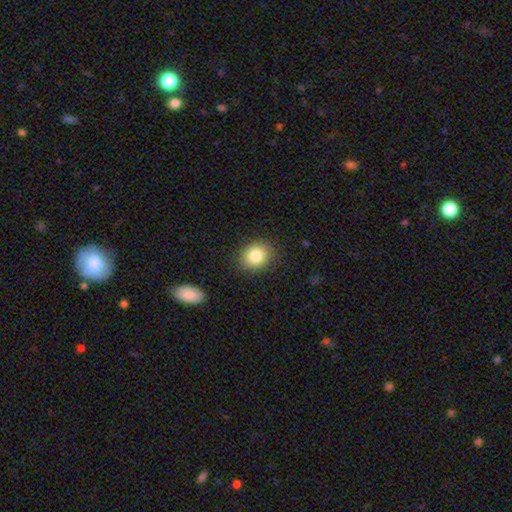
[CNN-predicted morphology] This is clearly a smooth galaxy (82%). How rounded: likely round (64%). Merging: clearly none (87%).